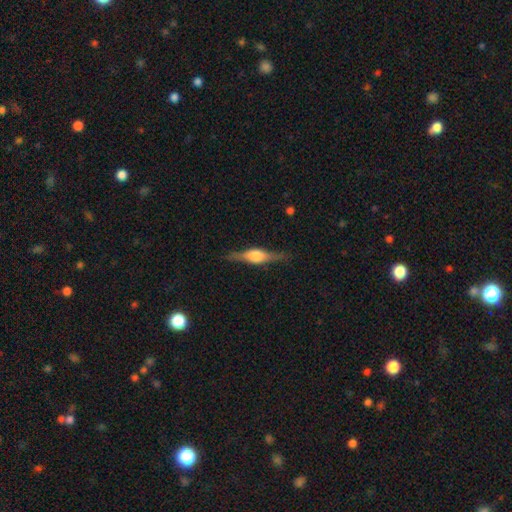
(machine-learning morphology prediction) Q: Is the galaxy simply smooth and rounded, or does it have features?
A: featured or disk — 76%.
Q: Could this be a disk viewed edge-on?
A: yes — 97%.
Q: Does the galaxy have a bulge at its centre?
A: rounded — 86%.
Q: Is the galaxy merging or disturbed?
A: none — 86%.